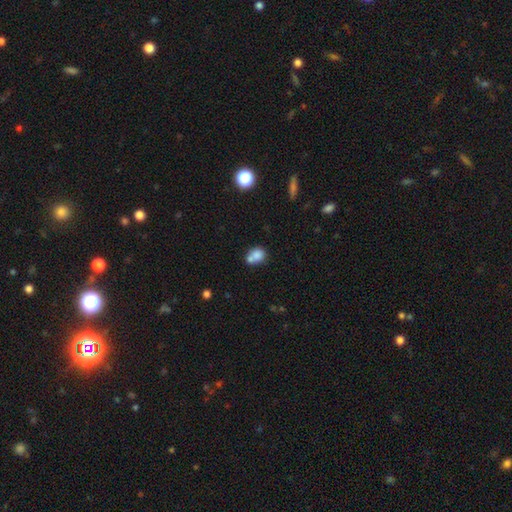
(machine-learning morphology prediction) type=smooth (78%); roundness=round (60%); merging=merger (50%).